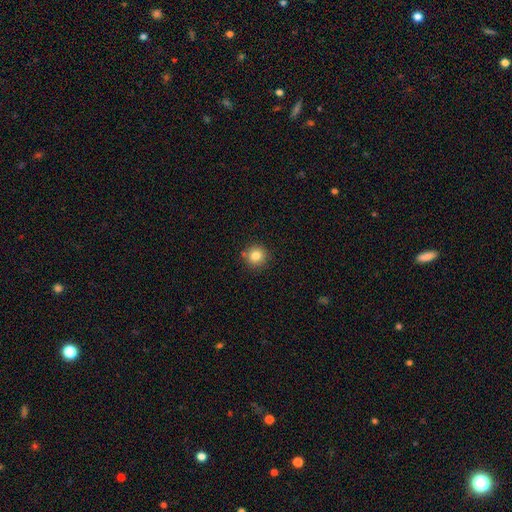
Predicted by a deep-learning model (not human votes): Morphology: type=smooth (82%); roundness=round (93%); merging=none (84%).